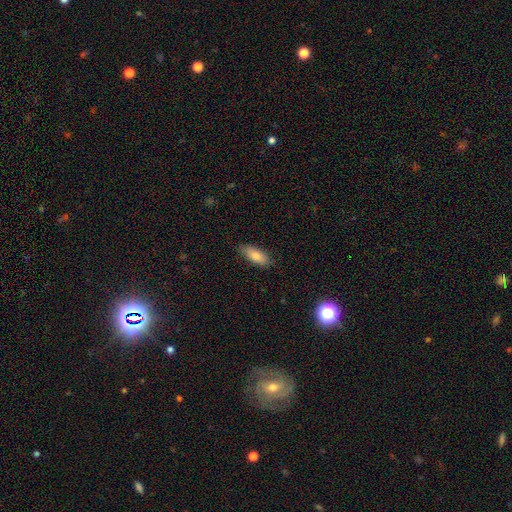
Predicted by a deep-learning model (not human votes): Smooth or featured?
  - smooth: 76% *
  - featured or disk: 17%
  - star or artifact: 7%
How rounded?
  - in between: 73% *
  - cigar-shaped: 25%
  - round: 3%
Merging?
  - none: 86% *
  - minor disturbance: 11%
  - major disturbance: 2%
  - merger: 1%